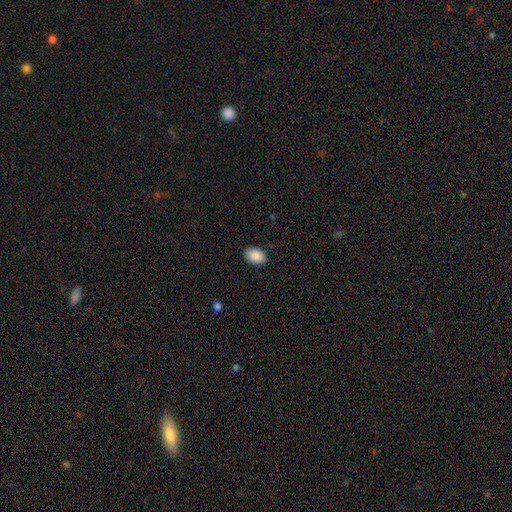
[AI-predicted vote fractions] smooth 90%, star or artifact 7%, featured or disk 3%. Down the decision tree: how rounded — in between (87%); merging — none (88%).